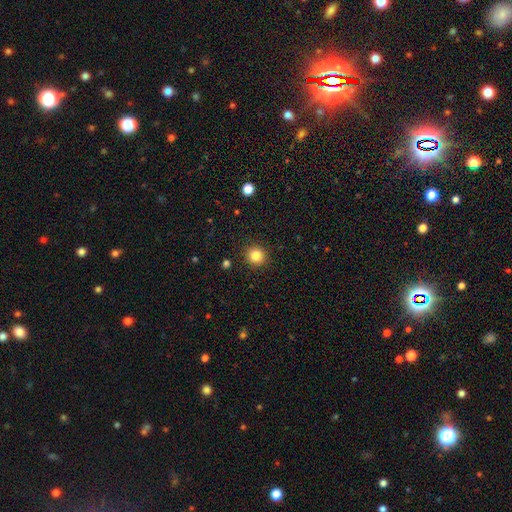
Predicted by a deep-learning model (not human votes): A smooth galaxy with no disk features (82%) that is round (94%).

Vote fractions:
- Smooth or featured? smooth: 82% / star or artifact: 12% / featured or disk: 6%
- How rounded? round: 94% / in between: 5% / cigar-shaped: 1%
- Merging? none: 92% / minor disturbance: 5% / major disturbance: 2% / merger: 1%